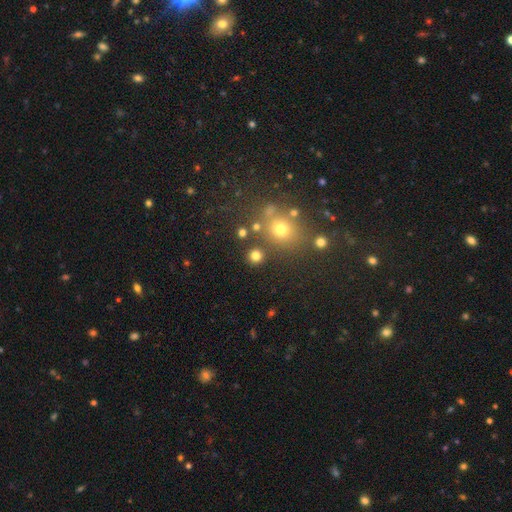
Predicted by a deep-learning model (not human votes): Smooth or featured? Predicted: smooth (p=0.77). How rounded? Predicted: round (p=0.91). Merging? Predicted: none (p=0.83).